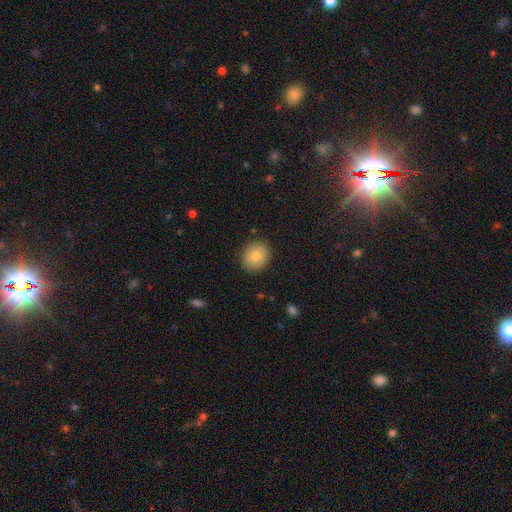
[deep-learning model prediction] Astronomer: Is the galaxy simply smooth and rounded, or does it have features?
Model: smooth — 81%.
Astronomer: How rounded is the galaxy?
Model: round — 76%.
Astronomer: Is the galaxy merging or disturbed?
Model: none — 88%.